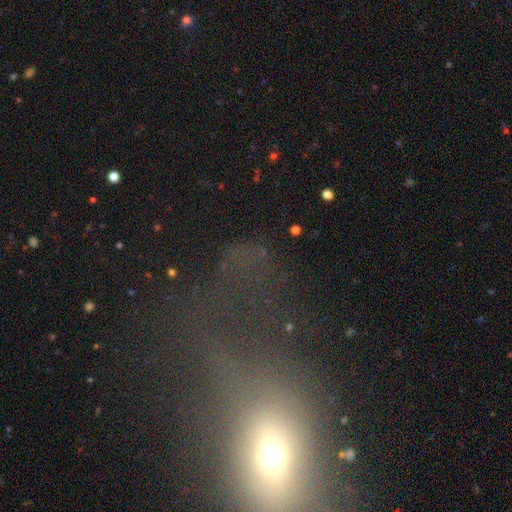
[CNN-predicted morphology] A star or artifact, not a galaxy (60%).